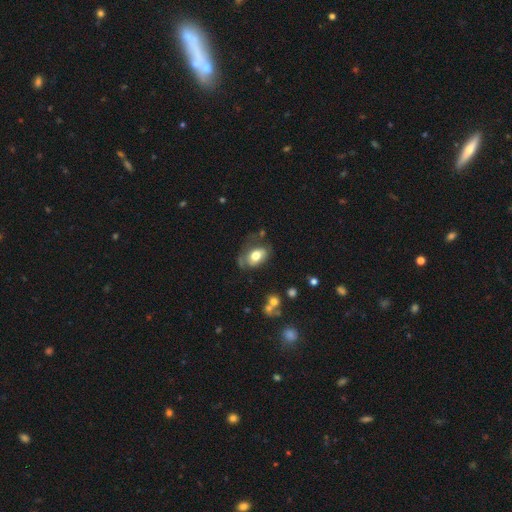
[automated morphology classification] A smooth galaxy with no disk features (65%) that is in between round and cigar-shaped (87%).

Vote fractions:
- Smooth or featured? smooth: 65% / featured or disk: 27% / star or artifact: 8%
- How rounded? in between: 87% / round: 11% / cigar-shaped: 2%
- Merging? none: 49% / minor disturbance: 29% / major disturbance: 18% / merger: 4%